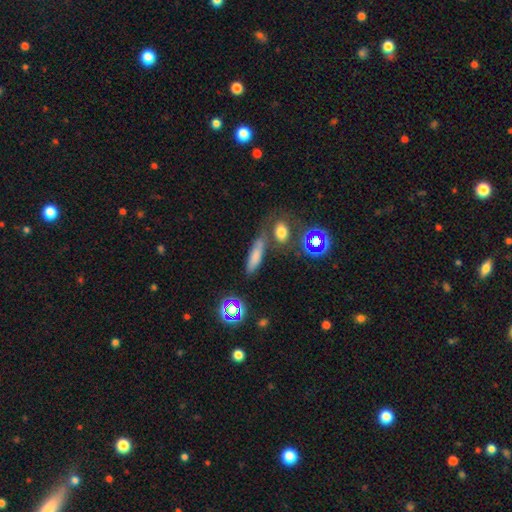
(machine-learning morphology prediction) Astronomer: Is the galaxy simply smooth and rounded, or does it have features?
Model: smooth — 69%.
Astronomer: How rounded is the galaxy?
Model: cigar-shaped — 62%.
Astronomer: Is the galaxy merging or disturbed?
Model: none — 64%.